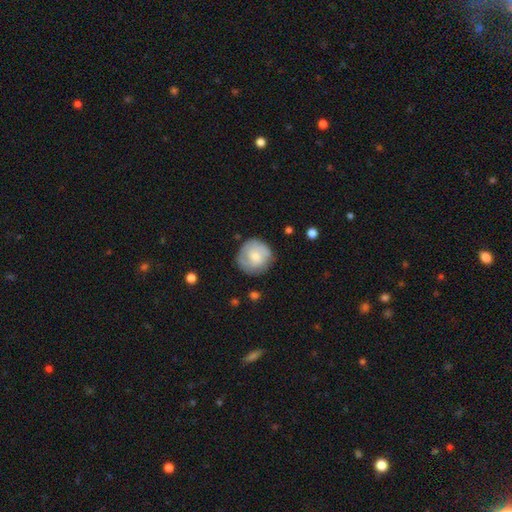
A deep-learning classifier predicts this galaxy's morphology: This appears to be a smooth galaxy with no disk features (63%) that is round (93%). Merging: none (75%).